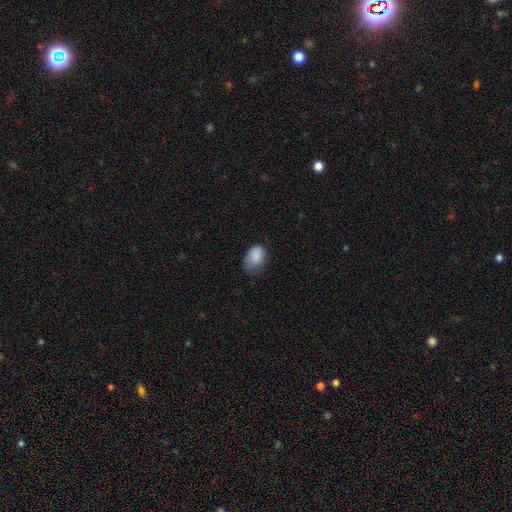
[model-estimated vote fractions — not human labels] smooth 85%, star or artifact 8%, featured or disk 7%. Down the decision tree: how rounded — in between (80%); merging — none (48%).